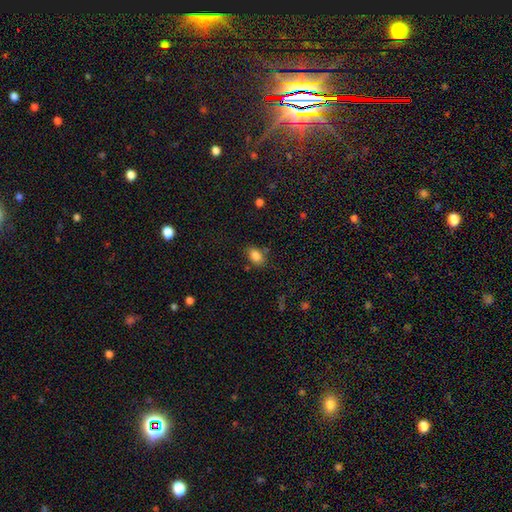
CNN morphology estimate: Smooth or featured? Predicted: smooth (p=0.84). How rounded? Predicted: in between (p=0.82). Merging? Predicted: none (p=0.76).